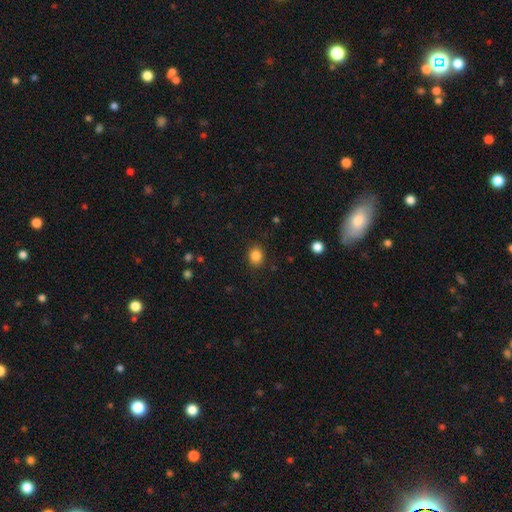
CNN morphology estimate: Smooth or featured? Predicted: smooth (p=0.85). How rounded? Predicted: round (p=0.66). Merging? Predicted: none (p=0.88).